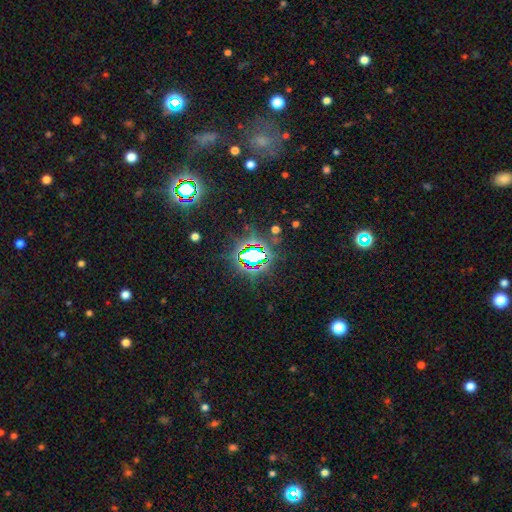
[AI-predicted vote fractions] This is likely a star or artifact rather than a galaxy (75%).